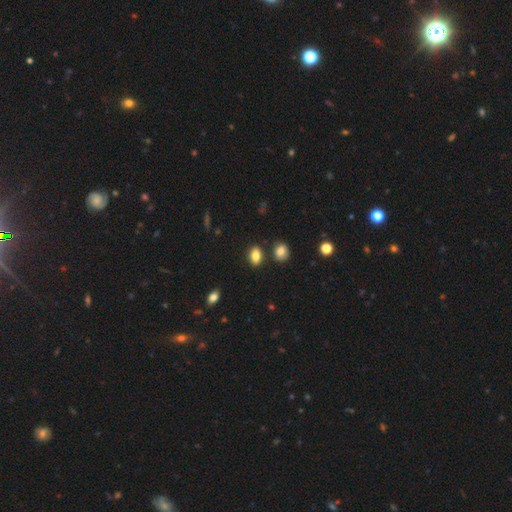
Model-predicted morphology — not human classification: smooth_or_featured: smooth (p=0.84) [alt: star or artifact p=0.09]
how_rounded: in between (p=0.82) [alt: round p=0.15]
merging: none (p=0.82) [alt: minor disturbance p=0.09]